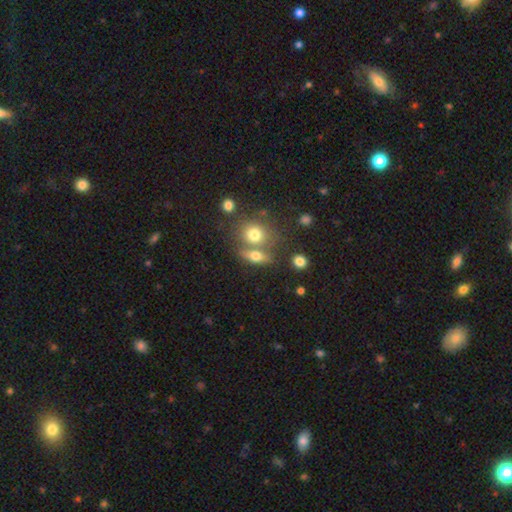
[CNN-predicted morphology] The model was most divided on "merging": none: 52%, merger: 32%, minor disturbance: 11%, major disturbance: 5%. More confident: smooth or featured — smooth (63%); how rounded — in between (53%).